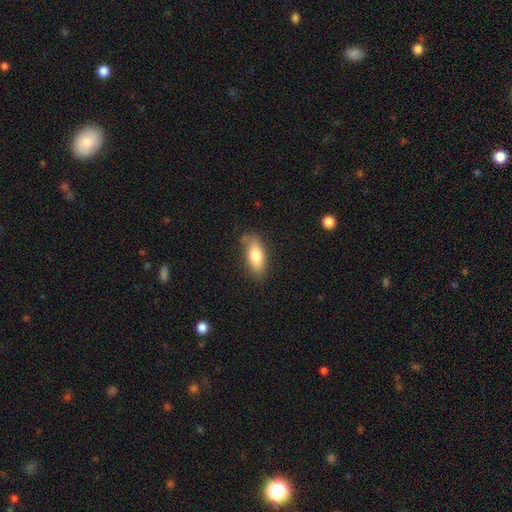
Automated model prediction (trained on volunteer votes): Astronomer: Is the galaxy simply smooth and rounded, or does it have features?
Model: smooth — 75%.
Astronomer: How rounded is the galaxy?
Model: in between — 81%.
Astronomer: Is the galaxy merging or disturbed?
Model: none — 71%.